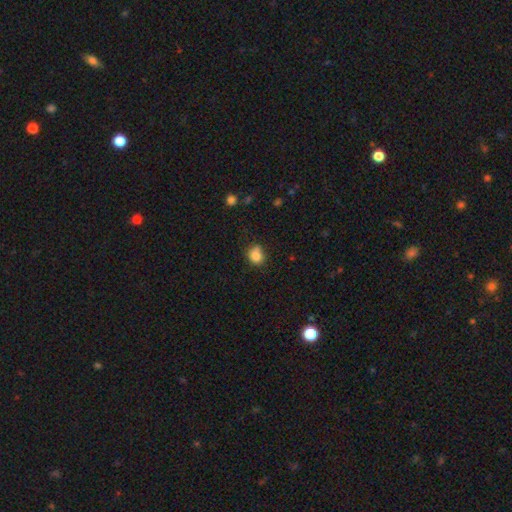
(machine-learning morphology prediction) The model was most divided on "how rounded": round: 63%, in between: 37%, cigar-shaped: 1%. More confident: smooth or featured — smooth (83%); merging — none (63%).